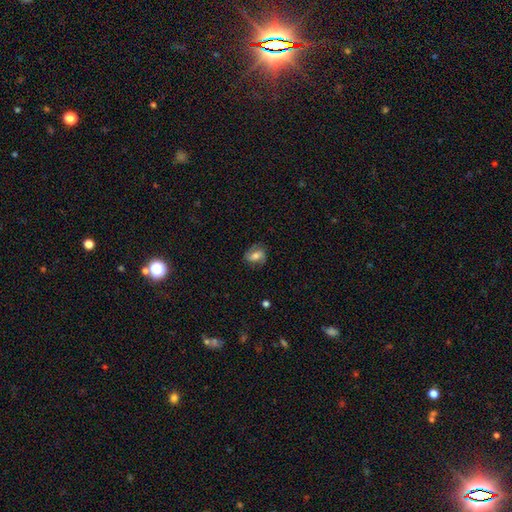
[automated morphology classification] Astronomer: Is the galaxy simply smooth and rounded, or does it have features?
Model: smooth — 48% (runner-up: featured or disk, 43%).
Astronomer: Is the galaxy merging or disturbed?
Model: none — 73%.